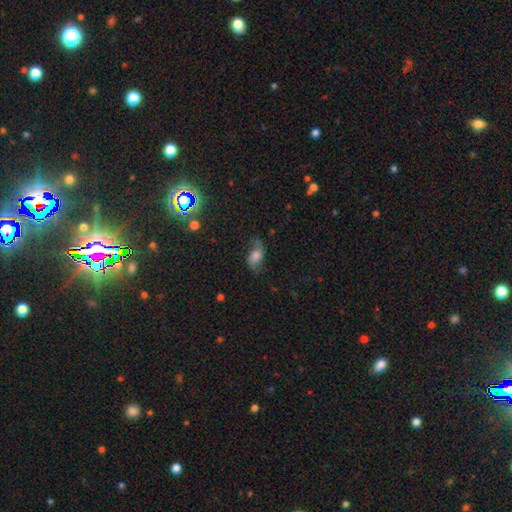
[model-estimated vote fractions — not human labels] Smooth or featured?
  - smooth: 50% *
  - featured or disk: 38%
  - star or artifact: 12%
Merging?
  - none: 52% *
  - minor disturbance: 26%
  - major disturbance: 19%
  - merger: 2%